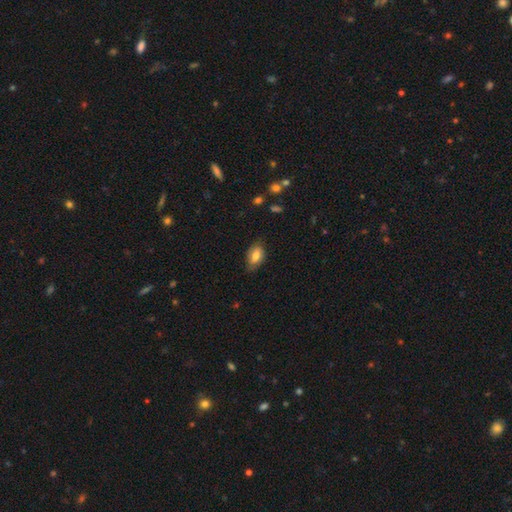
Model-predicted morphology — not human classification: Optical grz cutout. It shows a smooth galaxy with no disk features (74%) that is in between round and cigar-shaped (90%). Merging: none (73%).